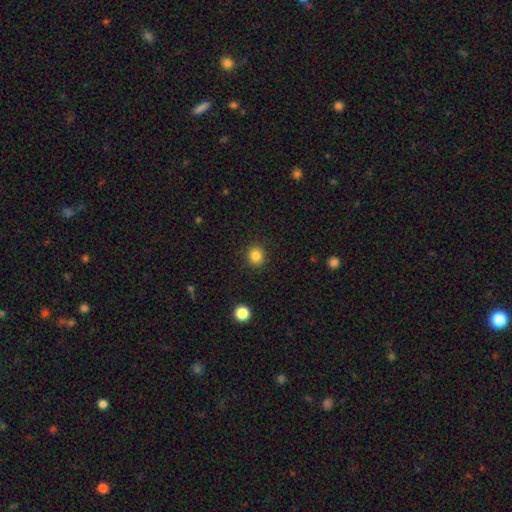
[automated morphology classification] type=smooth (85%); roundness=round (87%); merging=none (91%).